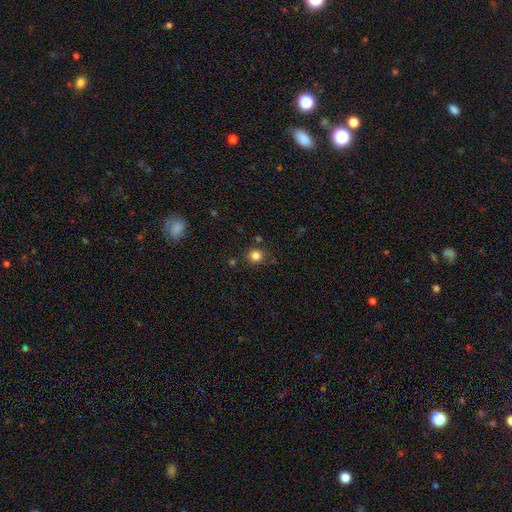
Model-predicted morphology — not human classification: The model was most divided on "smooth or featured": smooth: 82%, star or artifact: 13%, featured or disk: 5%. More confident: how rounded — round (91%); merging — none (85%).